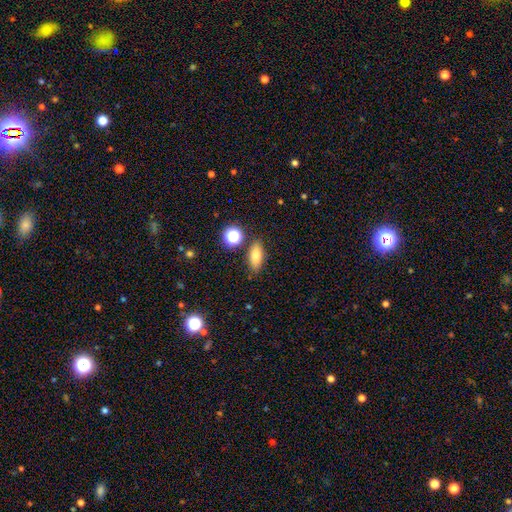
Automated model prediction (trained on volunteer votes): smooth 78%, star or artifact 11%, featured or disk 11%. Down the decision tree: how rounded — in between (74%); merging — none (80%).